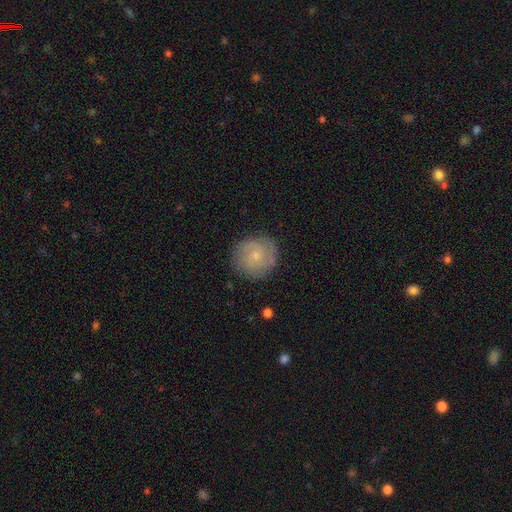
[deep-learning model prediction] Smooth or featured? Predicted: featured or disk (p=0.48). Merging? Predicted: none (p=0.82).